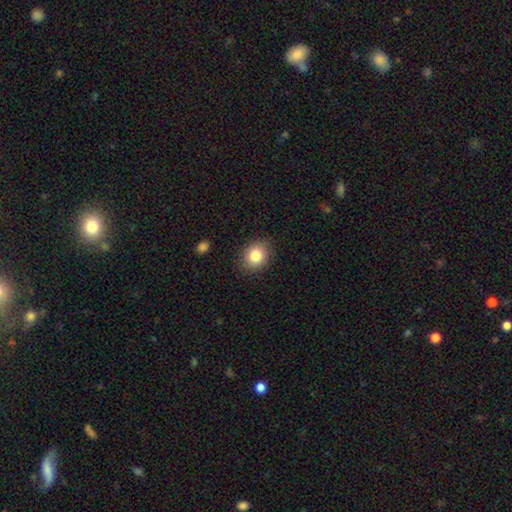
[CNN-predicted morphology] This is clearly a smooth galaxy (83%). How rounded: possibly round (53%). Merging: clearly none (87%).